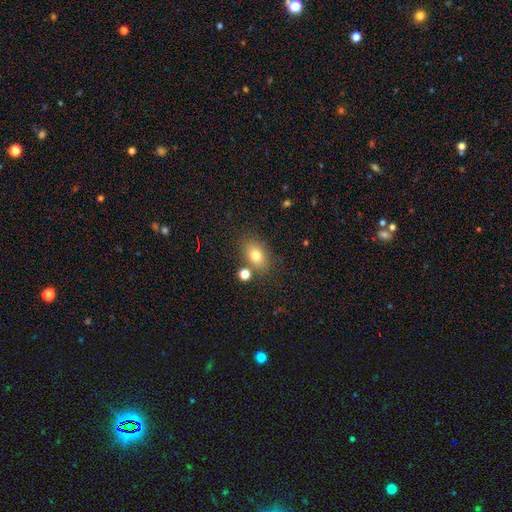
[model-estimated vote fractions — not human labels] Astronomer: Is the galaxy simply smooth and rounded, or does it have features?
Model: smooth — 77%.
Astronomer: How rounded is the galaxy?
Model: in between — 77%.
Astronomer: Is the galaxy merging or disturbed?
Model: none — 73%.